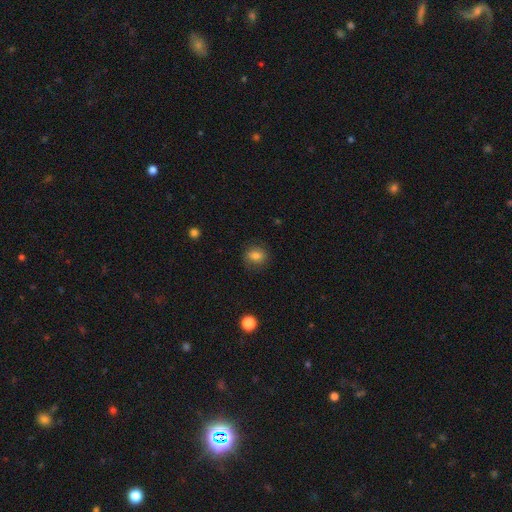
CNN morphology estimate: type=smooth (79%); roundness=round (63%); merging=none (82%).